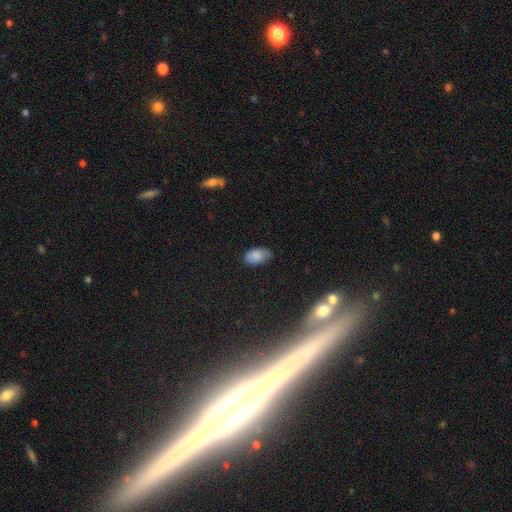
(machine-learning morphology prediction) This appears to be a smooth galaxy with no disk features (84%) that is in between round and cigar-shaped (94%). Merging: none (72%).